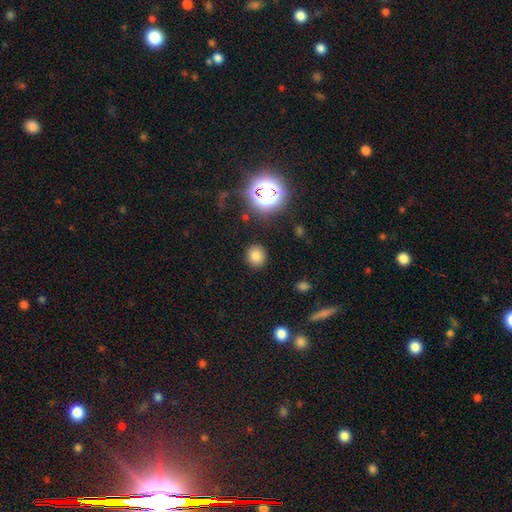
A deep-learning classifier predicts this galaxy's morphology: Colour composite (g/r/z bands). It shows a smooth galaxy with no disk features (77%) that is round (87%). Merging: none (89%).